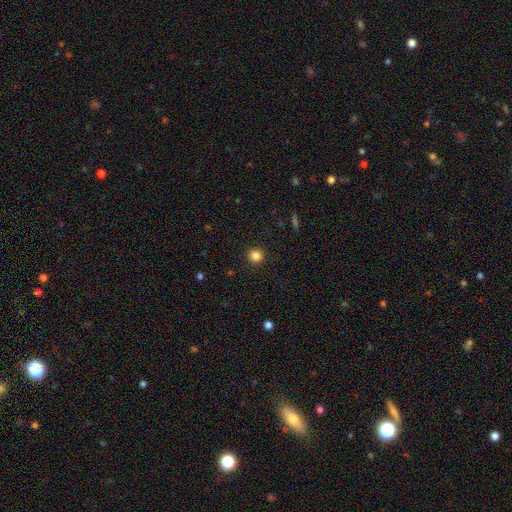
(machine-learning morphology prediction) Q: Smooth or featured?
A: smooth (84%); runner-up: star or artifact (12%)
Q: How rounded?
A: round (91%); runner-up: in between (8%)
Q: Merging?
A: none (92%); runner-up: minor disturbance (5%)